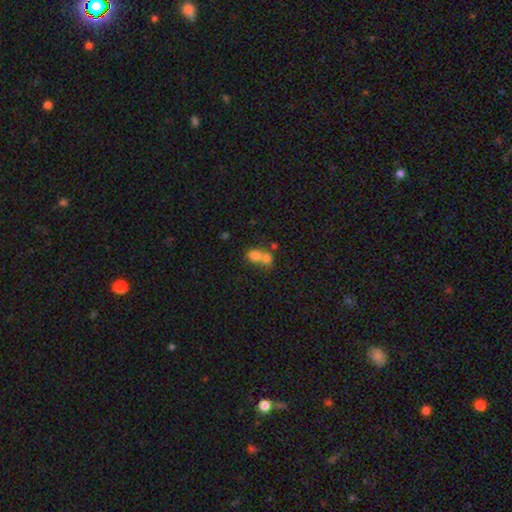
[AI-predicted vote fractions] This appears to be a smooth galaxy with no disk features (72%) that is round (59%). Merging: merger (67%).